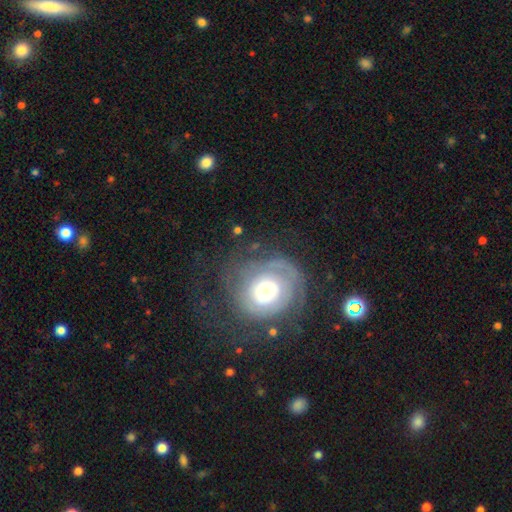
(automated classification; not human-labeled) This appears to be a featured or disk galaxy (66%) with no bar (79%), tight (66%) spiral arms (78%) and a large central bulge (42%). Merging: none (62%).